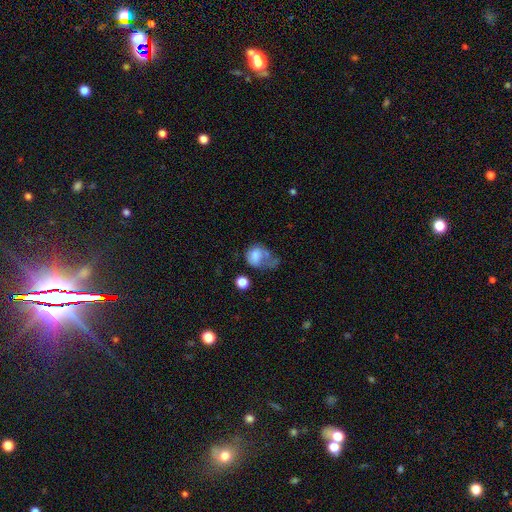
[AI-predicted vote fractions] smooth-or-featured: smooth: 62% | featured or disk: 28% | star or artifact: 10%
  how-rounded: in between: 52% | round: 47% | cigar-shaped: 1%
  merging: major disturbance: 47% | minor disturbance: 20% | none: 17% | merger: 16%